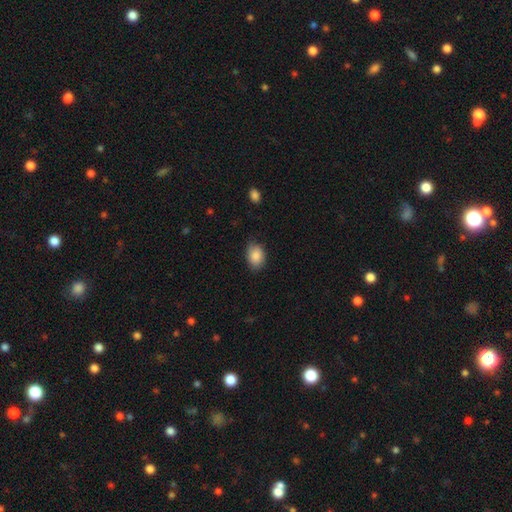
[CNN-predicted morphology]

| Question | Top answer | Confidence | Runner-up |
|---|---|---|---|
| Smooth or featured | smooth | 86% | star or artifact (7%) |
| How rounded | in between | 79% | round (20%) |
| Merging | none | 75% | minor disturbance (21%) |